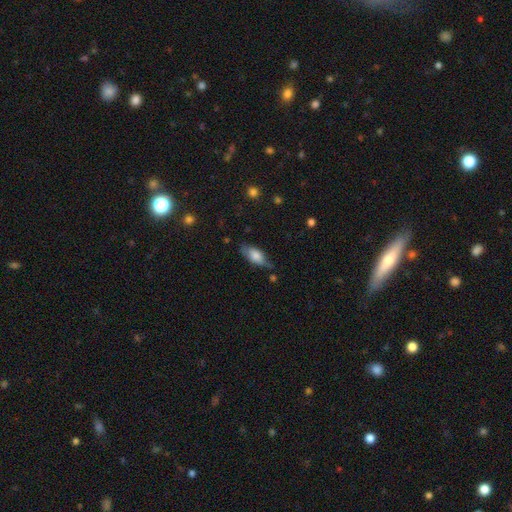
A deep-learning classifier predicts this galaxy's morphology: smooth_or_featured: smooth (p=0.72) [alt: featured or disk p=0.21]
how_rounded: in between (p=0.82) [alt: cigar-shaped p=0.15]
merging: none (p=0.61) [alt: minor disturbance p=0.29]